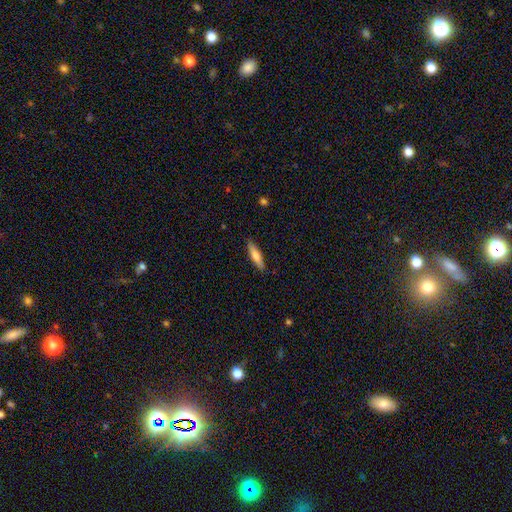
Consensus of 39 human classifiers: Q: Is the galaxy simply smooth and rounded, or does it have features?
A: smooth — 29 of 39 (74%).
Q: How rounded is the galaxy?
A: cigar-shaped — 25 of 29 (86%).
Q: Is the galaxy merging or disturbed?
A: none — 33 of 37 (89%).